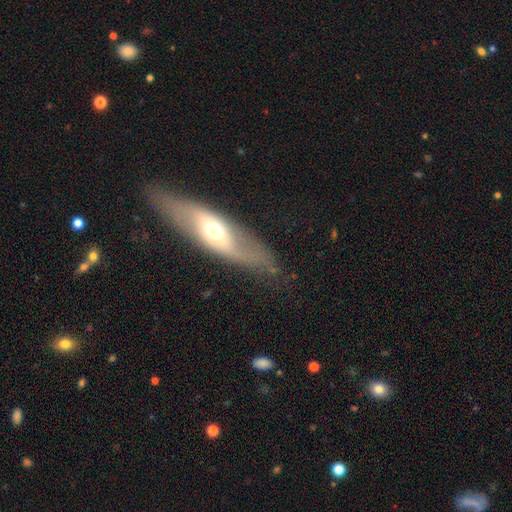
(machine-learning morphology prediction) A featured or disk galaxy (64%). Merging: none (76%).